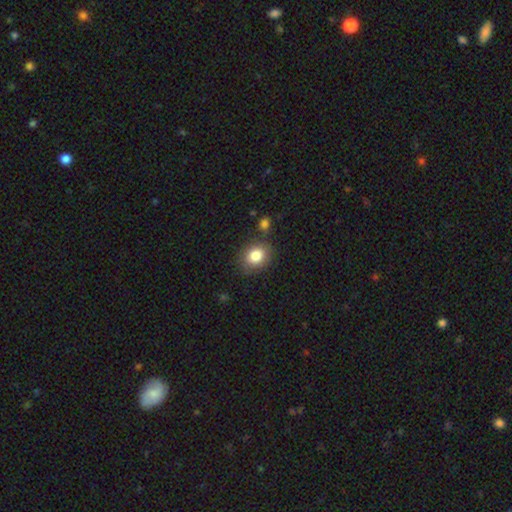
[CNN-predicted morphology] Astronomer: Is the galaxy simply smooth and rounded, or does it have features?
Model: smooth — 83%.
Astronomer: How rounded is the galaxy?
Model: round — 53% (runner-up: in between, 46%).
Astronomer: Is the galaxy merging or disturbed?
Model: none — 77%.